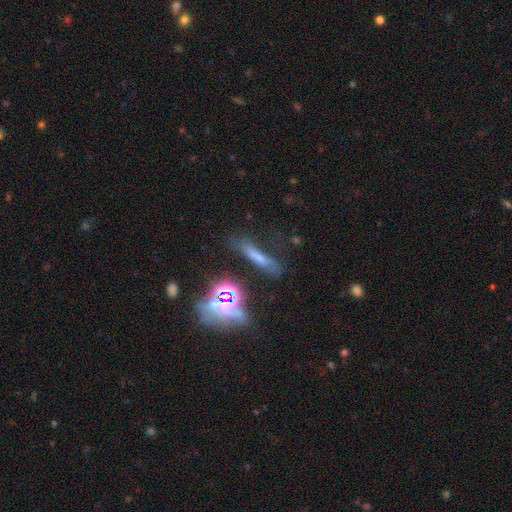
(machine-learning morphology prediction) smooth_or_featured: smooth (p=0.50) [alt: star or artifact p=0.28]
how_rounded: cigar-shaped (p=0.80) [alt: in between p=0.14]
merging: none (p=0.65) [alt: minor disturbance p=0.19]